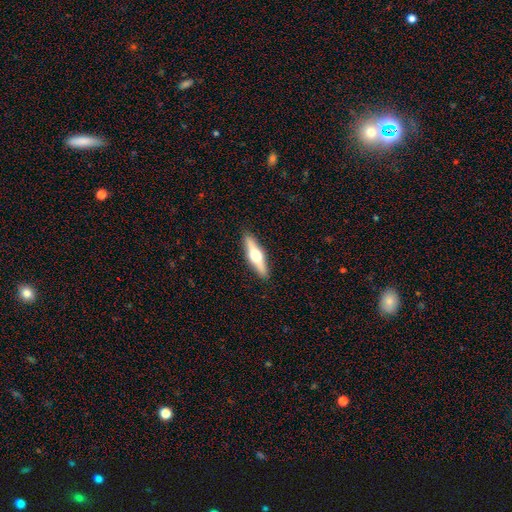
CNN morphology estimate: Smooth or featured?
  - featured or disk: 64% *
  - smooth: 31%
  - star or artifact: 5%
Edge-on disk?
  - yes: 96% *
  - no: 4%
Edge-on bulge?
  - rounded: 96% *
  - boxy: 2%
  - none: 2%
Merging?
  - none: 91% *
  - minor disturbance: 6%
  - major disturbance: 1%
  - merger: 1%